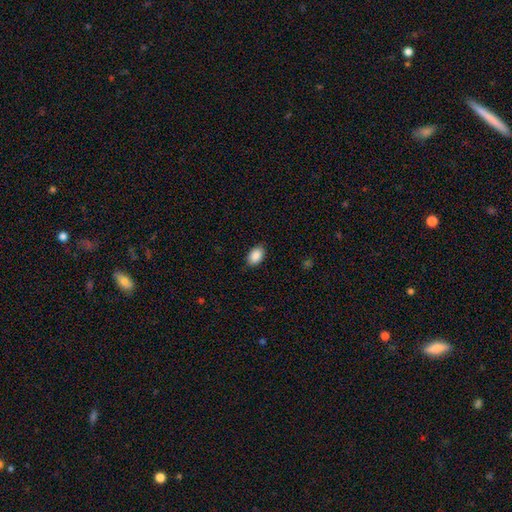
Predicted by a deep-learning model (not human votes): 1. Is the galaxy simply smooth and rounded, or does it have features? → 90% smooth, 7% star or artifact, 3% featured or disk.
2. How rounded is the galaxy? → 88% in between, 11% round, 1% cigar-shaped.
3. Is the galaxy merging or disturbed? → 86% none, 11% minor disturbance, 2% major disturbance, 1% merger.